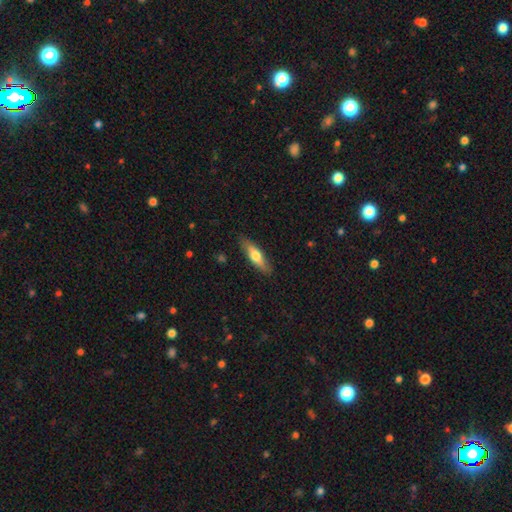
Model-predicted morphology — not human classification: Smooth or featured: smooth — 58% (featured or disk — 37%)
How rounded: cigar-shaped — 61% (in between — 37%)
Merging: none — 86% (minor disturbance — 11%)